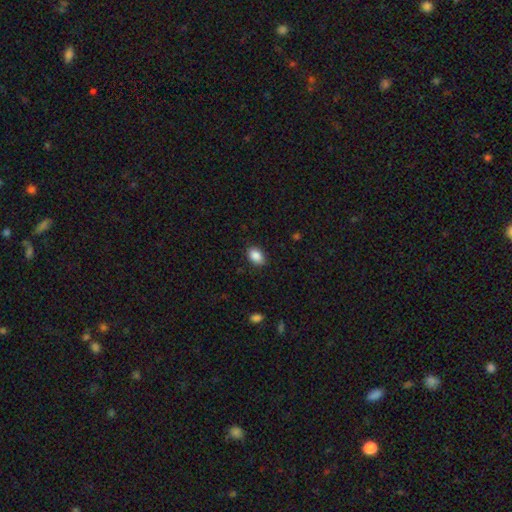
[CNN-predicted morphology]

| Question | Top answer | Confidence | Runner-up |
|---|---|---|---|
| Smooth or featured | smooth | 88% | star or artifact (8%) |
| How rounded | in between | 85% | round (14%) |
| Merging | none | 87% | minor disturbance (10%) |